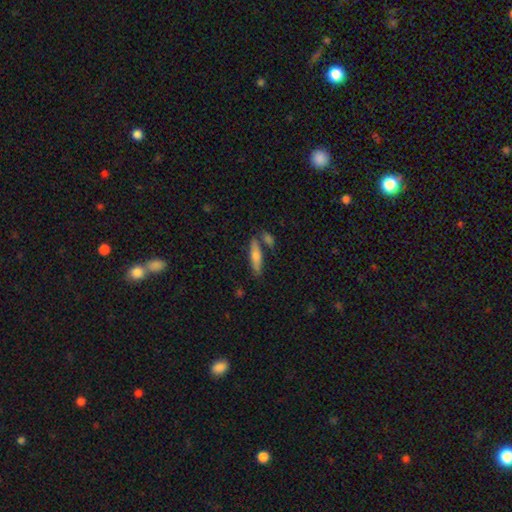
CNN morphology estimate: Overall: smooth (65%; featured or disk 29%). How rounded: cigar-shaped (70%). Merging: none (71%).